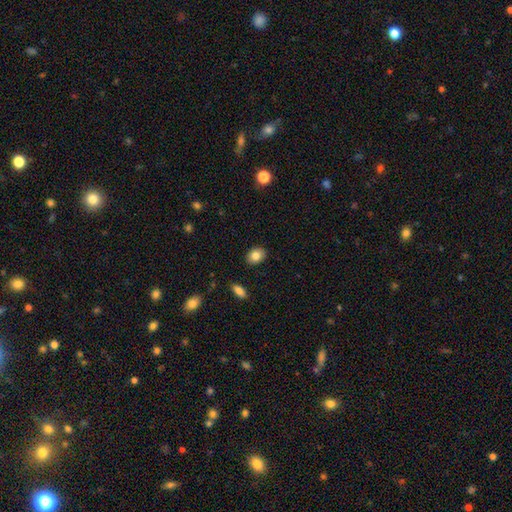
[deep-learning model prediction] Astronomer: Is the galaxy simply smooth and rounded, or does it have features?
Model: smooth — 84%.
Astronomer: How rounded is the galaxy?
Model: in between — 62% (runner-up: round, 37%).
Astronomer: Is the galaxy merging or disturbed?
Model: none — 89%.